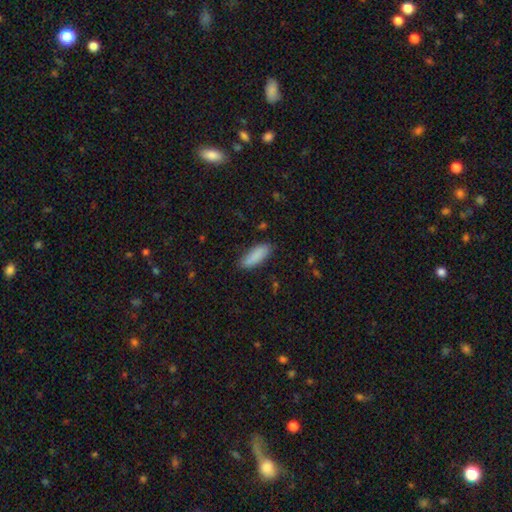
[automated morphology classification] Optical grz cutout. It shows a smooth galaxy with no disk features (87%) that is in between round and cigar-shaped (63%). Merging: none (81%).